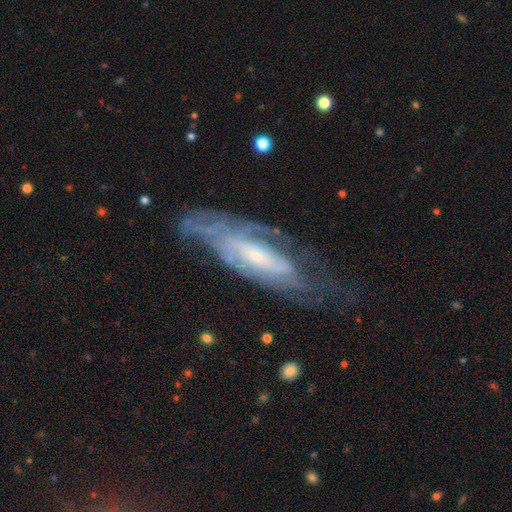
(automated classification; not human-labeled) This appears to be a featured or disk galaxy (78%) with no bar (56%), tight (57%) spiral arms (82%) and a small central bulge (66%). Merging: none (52%).